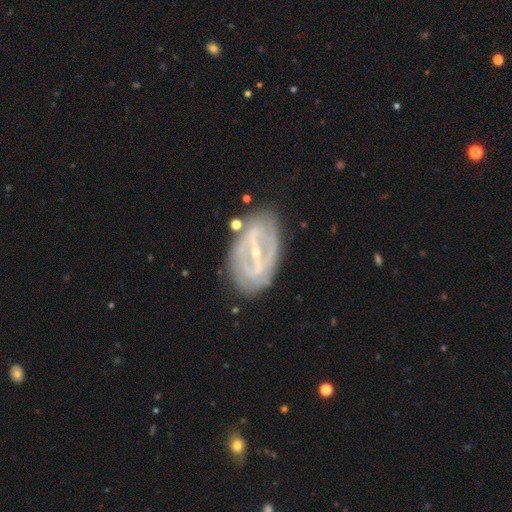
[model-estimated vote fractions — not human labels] smooth-or-featured: featured or disk: 76% | smooth: 15% | star or artifact: 9%
  disk-edge-on: no: 90% | yes: 10%
    bar: strong: 61% | weak: 27% | no: 12%
    has-spiral-arms: yes: 61% | no: 39%
    bulge-size: small: 73% | moderate: 16% | none: 8% | large: 1% | dominant: 1%
  merging: none: 75% | minor disturbance: 16% | major disturbance: 6% | merger: 3%